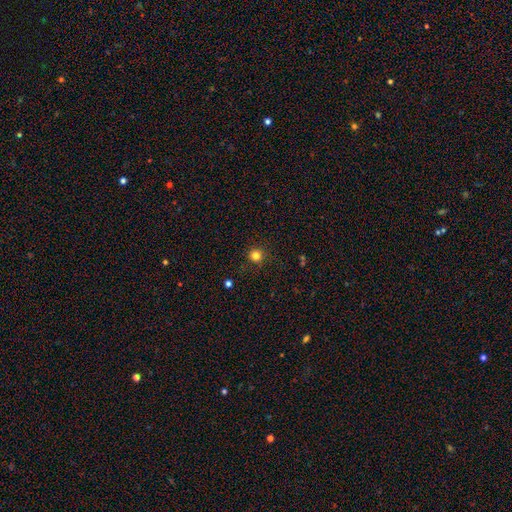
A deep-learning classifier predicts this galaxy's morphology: smooth_or_featured: smooth (p=0.82) [alt: star or artifact p=0.14]
how_rounded: round (p=0.94) [alt: in between p=0.05]
merging: none (p=0.89) [alt: minor disturbance p=0.07]